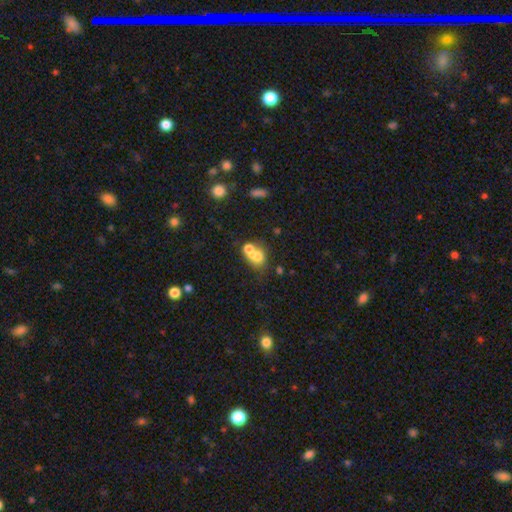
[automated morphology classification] Smooth or featured: smooth — 66% (featured or disk — 22%)
How rounded: in between — 52% (round — 47%)
Merging: merger — 61% (none — 24%)